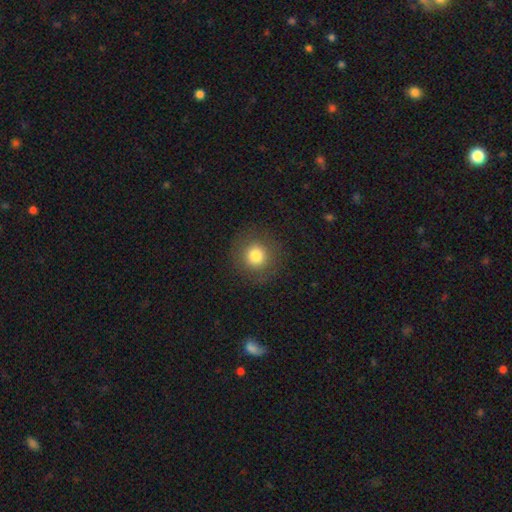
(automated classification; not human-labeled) Smooth or featured?
  - smooth: 79% *
  - star or artifact: 11%
  - featured or disk: 10%
How rounded?
  - round: 93% *
  - in between: 6%
  - cigar-shaped: 1%
Merging?
  - none: 88% *
  - minor disturbance: 7%
  - major disturbance: 4%
  - merger: 1%